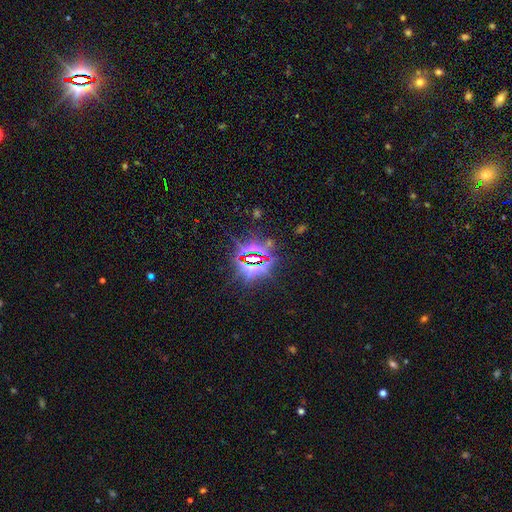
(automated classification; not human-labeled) A star or artifact, not a galaxy (82%).

Vote fractions:
- Smooth or featured? star or artifact: 82% / smooth: 10% / featured or disk: 8%